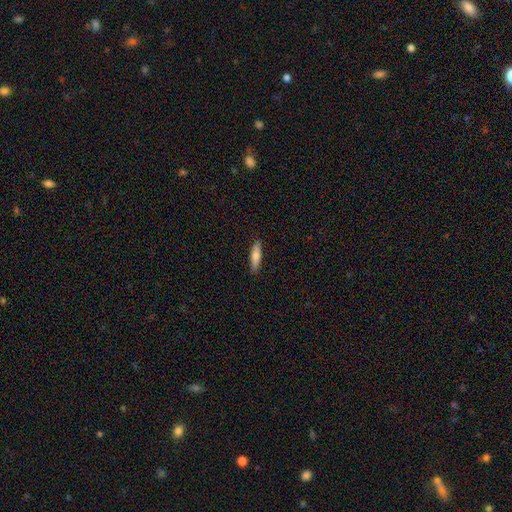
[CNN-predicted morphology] Q: Smooth or featured?
A: smooth (68%); runner-up: featured or disk (26%)
Q: How rounded?
A: cigar-shaped (78%); runner-up: in between (20%)
Q: Merging?
A: none (90%); runner-up: minor disturbance (8%)